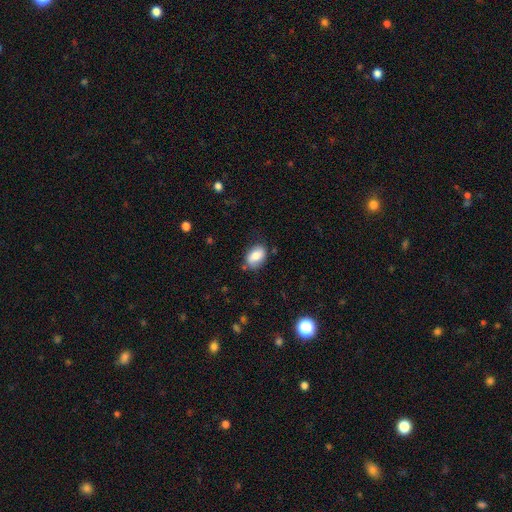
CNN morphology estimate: Smooth or featured: smooth — 77% (featured or disk — 15%)
How rounded: in between — 85% (round — 13%)
Merging: none — 73% (minor disturbance — 20%)